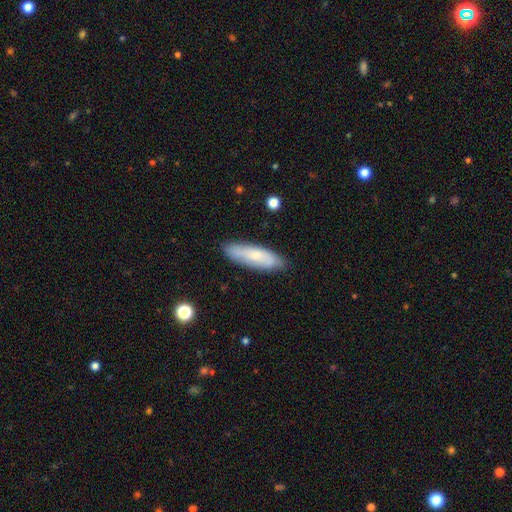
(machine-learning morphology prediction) A smooth galaxy with no disk features (65%) that is cigar-shaped (55%). Merging: none (85%).